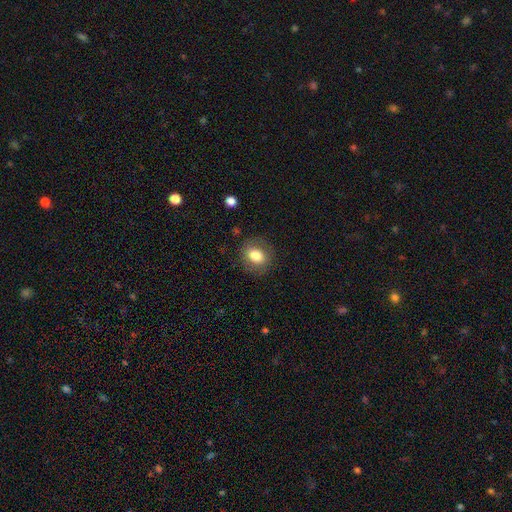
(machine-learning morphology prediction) type=smooth (78%); roundness=round (58%); merging=none (83%).